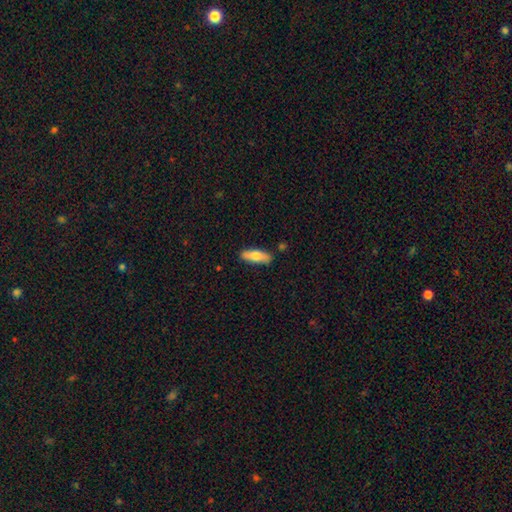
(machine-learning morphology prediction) A smooth galaxy with no disk features (72%) that is in between round and cigar-shaped (61%).

Vote fractions:
- Smooth or featured? smooth: 72% / featured or disk: 22% / star or artifact: 6%
- How rounded? in between: 61% / cigar-shaped: 36% / round: 2%
- Merging? none: 84% / minor disturbance: 12% / major disturbance: 2% / merger: 2%